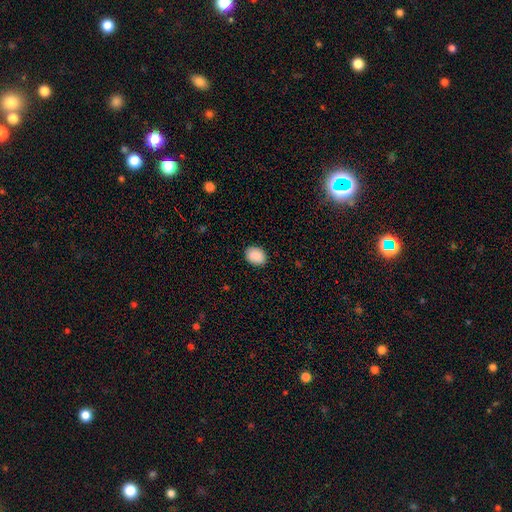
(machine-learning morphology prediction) smooth 90%, star or artifact 7%, featured or disk 2%. Down the decision tree: how rounded — in between (59%); merging — none (89%).